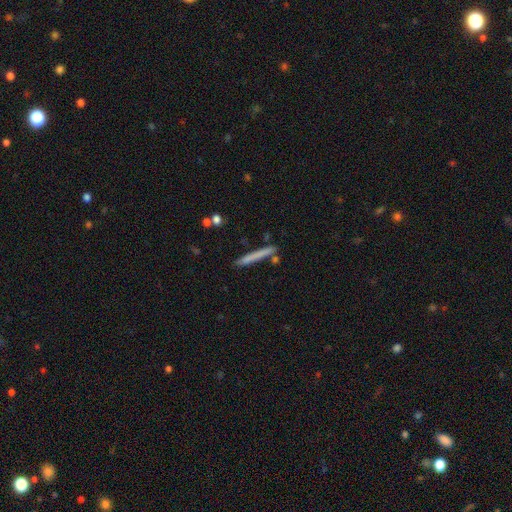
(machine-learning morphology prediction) Smooth or featured? smooth (66%)
How rounded? cigar-shaped (97%)
Merging? none (85%)